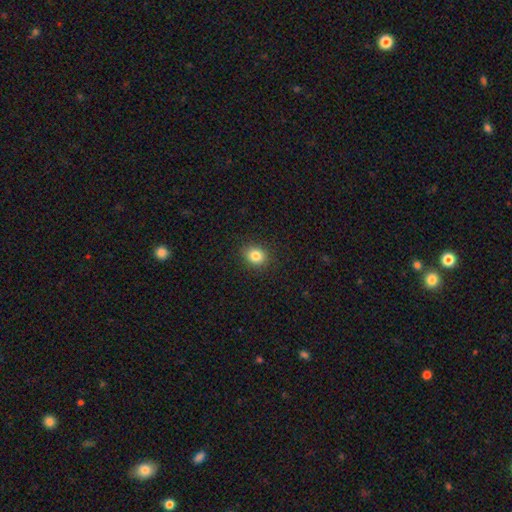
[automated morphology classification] Smooth or featured? smooth (83%)
How rounded? round (62%)
Merging? none (88%)